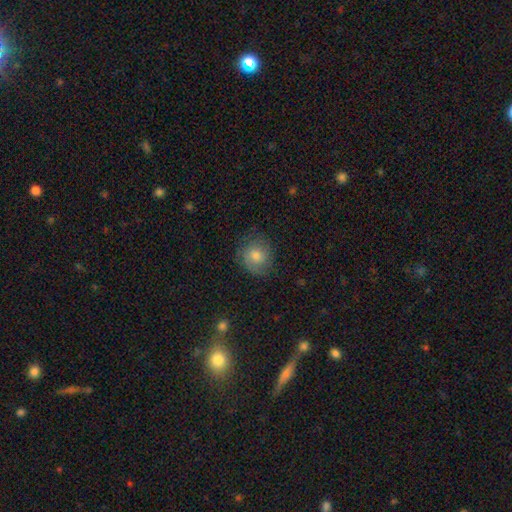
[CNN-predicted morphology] A smooth galaxy with no disk features (53%) that is round (80%). Merging: none (77%).